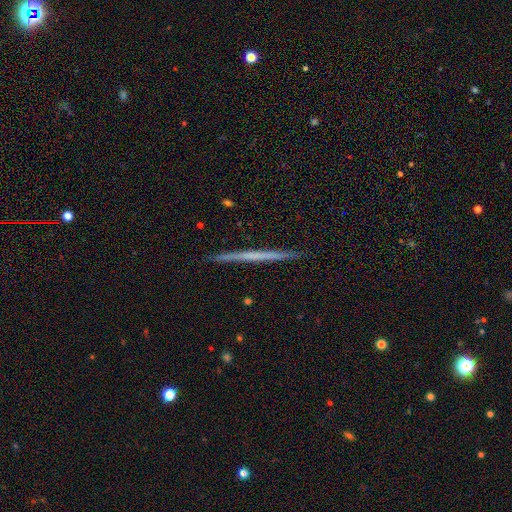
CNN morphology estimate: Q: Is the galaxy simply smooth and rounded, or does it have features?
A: featured or disk — 58%.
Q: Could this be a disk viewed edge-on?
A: yes — 98%.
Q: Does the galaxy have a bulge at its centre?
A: none — 92%.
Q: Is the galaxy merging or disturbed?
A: none — 93%.